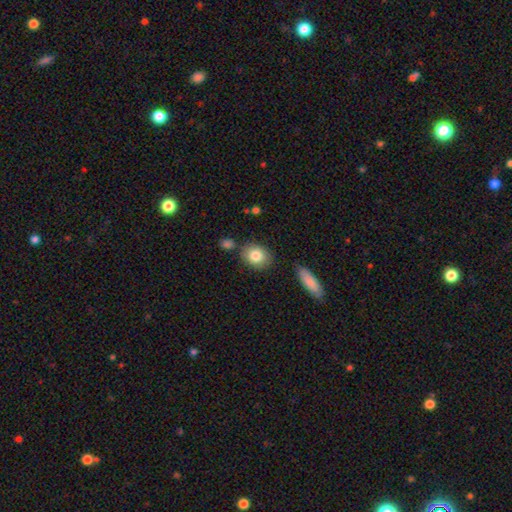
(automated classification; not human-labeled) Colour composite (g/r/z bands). It shows a smooth galaxy with no disk features (82%) that is in between round and cigar-shaped (52%). Merging: none (77%).